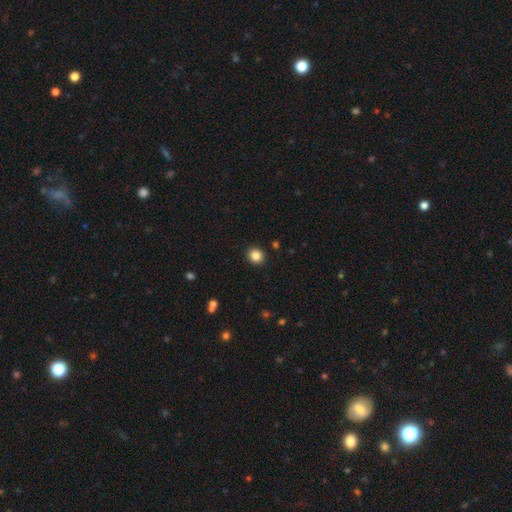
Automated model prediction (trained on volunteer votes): Q: Smooth or featured?
A: smooth (85%); runner-up: star or artifact (11%)
Q: How rounded?
A: round (91%); runner-up: in between (8%)
Q: Merging?
A: none (92%); runner-up: minor disturbance (5%)